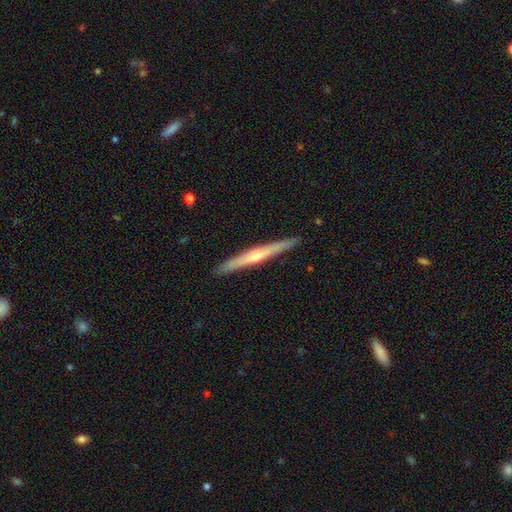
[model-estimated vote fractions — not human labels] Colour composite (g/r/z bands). It shows a featured or disk galaxy (64%) viewed edge-on (97%) with a rounded central bulge (67%). Merging: none (92%).